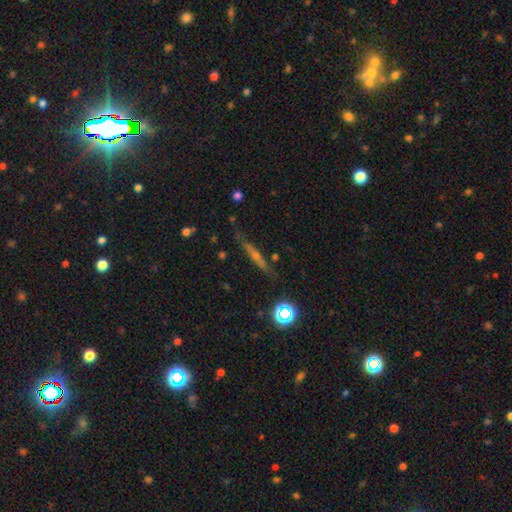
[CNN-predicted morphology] This is possibly a featured or disk galaxy (56%). It is clearly viewed edge-on (93%). Edge-on bulge: likely rounded (65%). Merging: clearly none (83%).